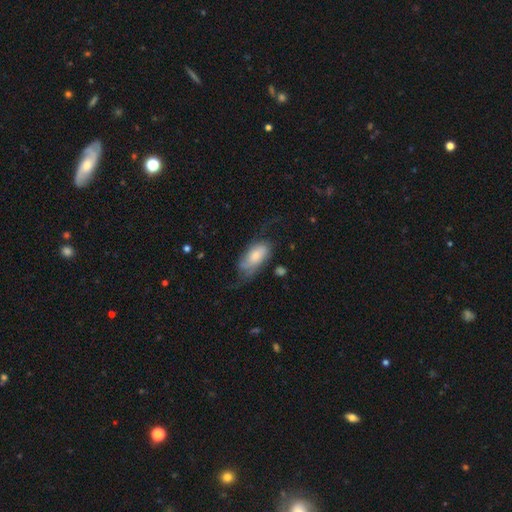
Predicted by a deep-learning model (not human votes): Q: Smooth or featured?
A: smooth (56%); runner-up: featured or disk (38%)
Q: How rounded?
A: in between (89%); runner-up: cigar-shaped (8%)
Q: Merging?
A: none (46%); runner-up: minor disturbance (29%)